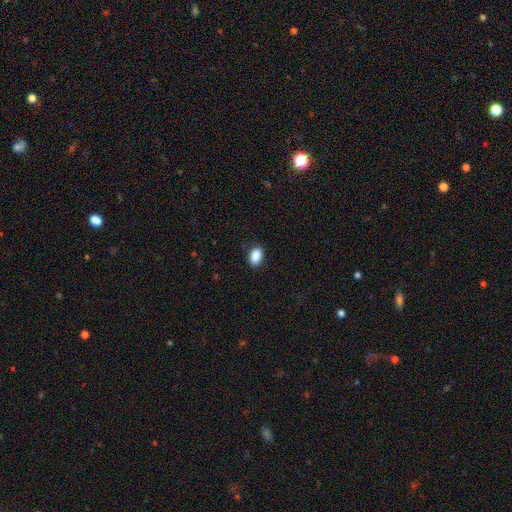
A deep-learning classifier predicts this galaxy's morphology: Smooth or featured? Predicted: smooth (p=0.89). How rounded? Predicted: in between (p=0.87). Merging? Predicted: none (p=0.87).